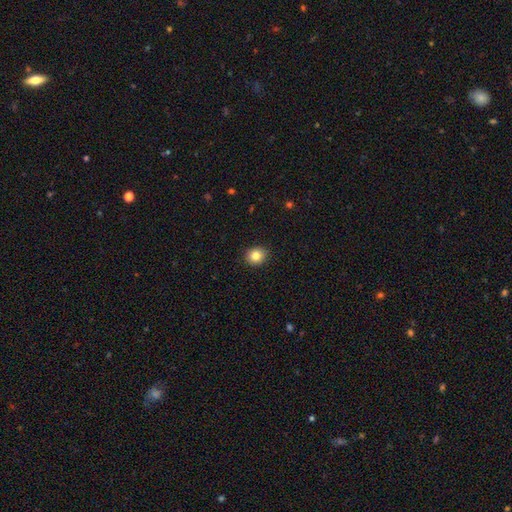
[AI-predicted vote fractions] smooth-or-featured: smooth: 82% | star or artifact: 10% | featured or disk: 8%
  how-rounded: round: 74% | in between: 25% | cigar-shaped: 1%
  merging: none: 90% | minor disturbance: 7% | major disturbance: 2% | merger: 1%